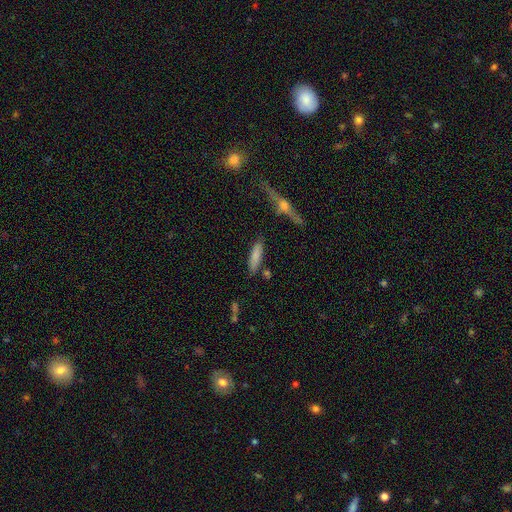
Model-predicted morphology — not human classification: Smooth or featured: smooth — 79% (featured or disk — 14%)
How rounded: cigar-shaped — 66% (in between — 32%)
Merging: none — 78% (minor disturbance — 13%)